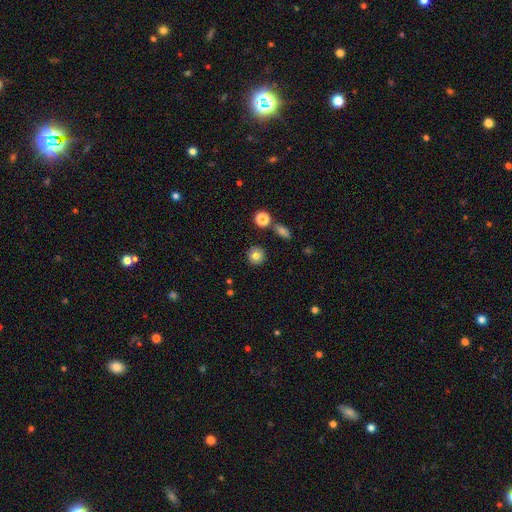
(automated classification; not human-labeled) The model was most divided on "smooth or featured": smooth: 82%, star or artifact: 11%, featured or disk: 8%. More confident: how rounded — round (93%); merging — none (88%).